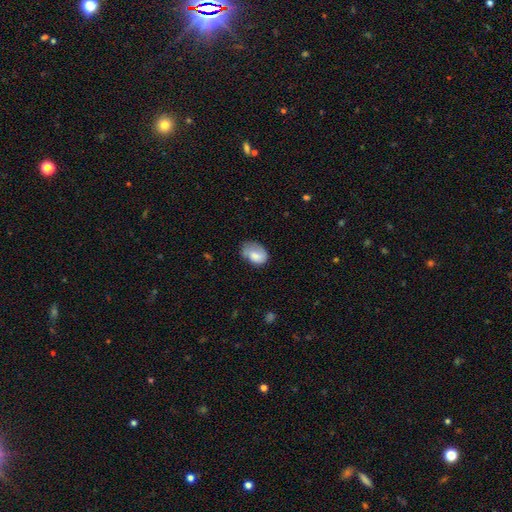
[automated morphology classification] Smooth or featured: smooth — 71% (featured or disk — 22%)
How rounded: in between — 81% (round — 18%)
Merging: none — 48% (minor disturbance — 34%)